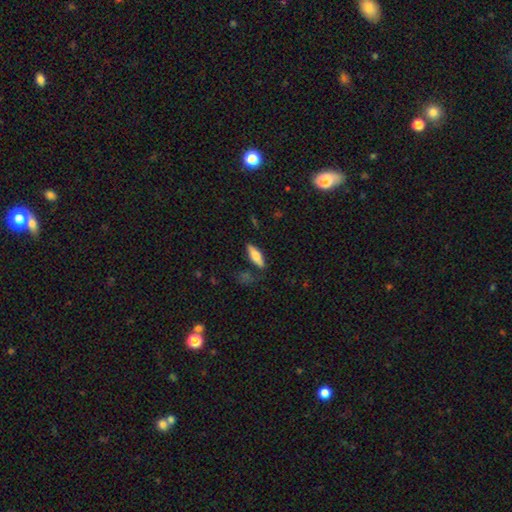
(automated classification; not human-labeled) This is likely a smooth galaxy (68%). How rounded: possibly in between (58%). Merging: likely none (74%).